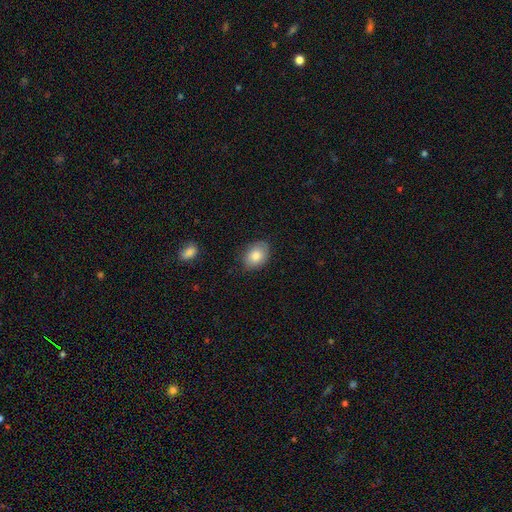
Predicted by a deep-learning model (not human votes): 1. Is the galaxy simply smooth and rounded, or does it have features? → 83% smooth, 10% featured or disk, 7% star or artifact.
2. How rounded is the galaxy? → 72% in between, 27% round, 1% cigar-shaped.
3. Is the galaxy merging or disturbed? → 81% none, 15% minor disturbance, 3% major disturbance, 1% merger.